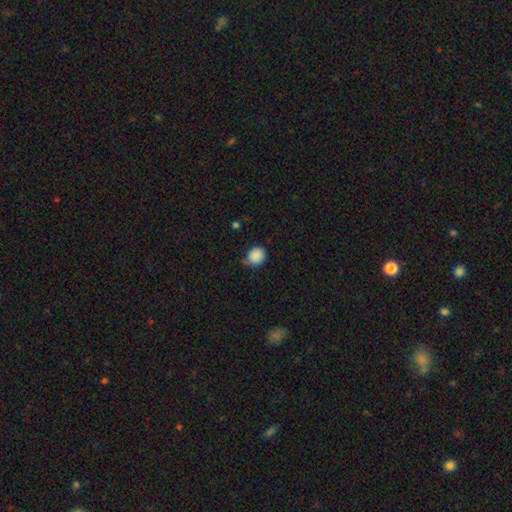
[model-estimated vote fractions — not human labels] Smooth or featured? smooth (87%)
How rounded? round (80%)
Merging? none (56%)